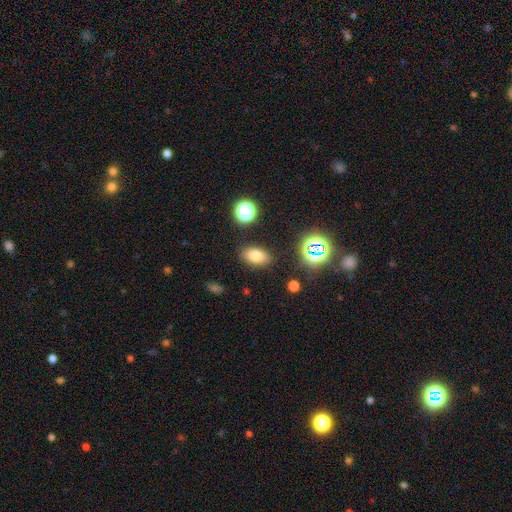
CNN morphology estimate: The model was most divided on "smooth or featured": smooth: 76%, star or artifact: 15%, featured or disk: 10%. More confident: how rounded — in between (87%); merging — none (85%).